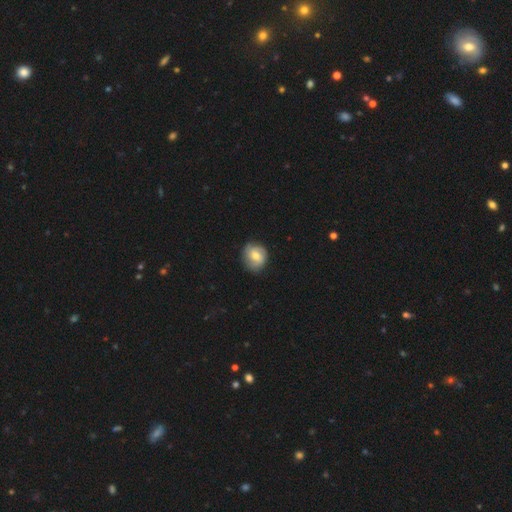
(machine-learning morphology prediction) This is possibly a smooth galaxy (59%). How rounded: likely round (78%). Merging: likely none (76%).